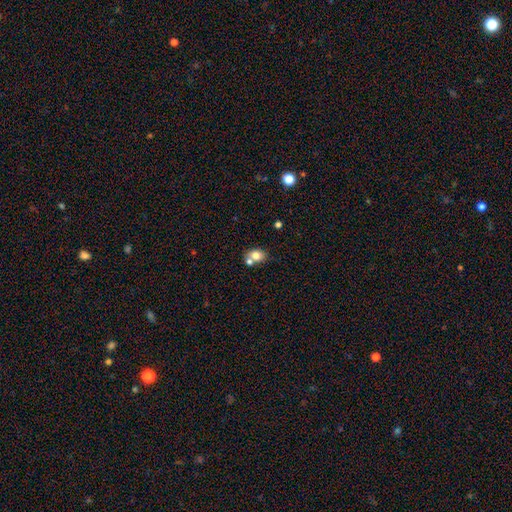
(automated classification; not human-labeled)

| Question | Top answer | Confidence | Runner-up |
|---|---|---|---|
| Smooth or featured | smooth | 76% | featured or disk (14%) |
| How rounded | in between | 51% | round (48%) |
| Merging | none | 48% | merger (36%) |